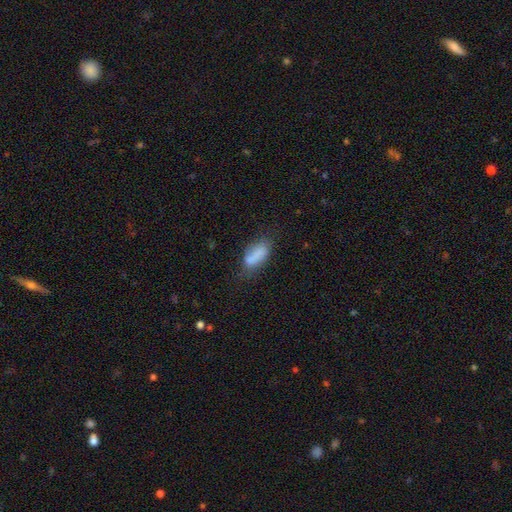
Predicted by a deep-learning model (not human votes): Q: Smooth or featured?
A: smooth (76%); runner-up: featured or disk (14%)
Q: How rounded?
A: in between (83%); runner-up: cigar-shaped (13%)
Q: Merging?
A: none (49%); runner-up: minor disturbance (29%)